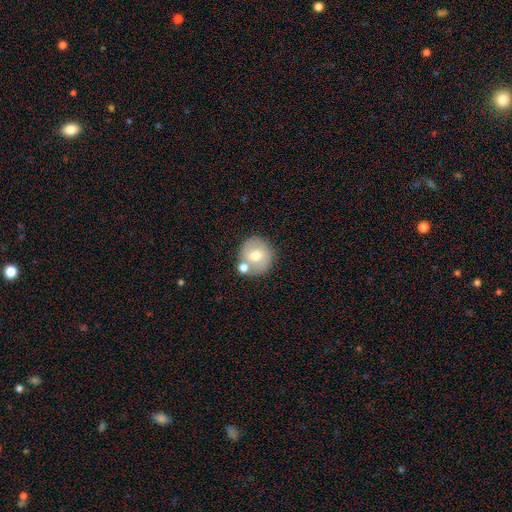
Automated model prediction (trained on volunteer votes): Q: Smooth or featured?
A: smooth (64%); runner-up: featured or disk (28%)
Q: How rounded?
A: round (88%); runner-up: in between (11%)
Q: Merging?
A: none (63%); runner-up: merger (21%)